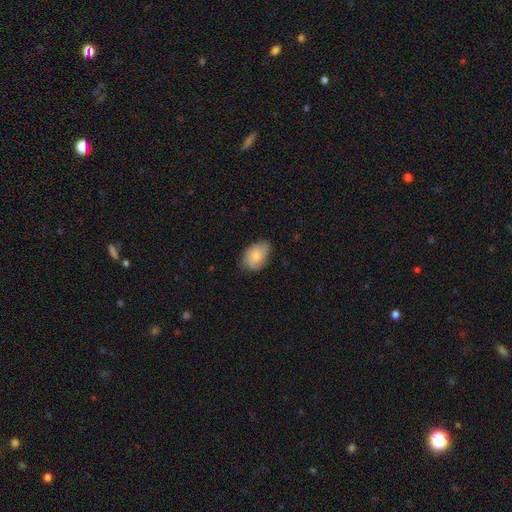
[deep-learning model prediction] A smooth galaxy with no disk features (79%) that is in between round and cigar-shaped (85%). Merging: none (68%).